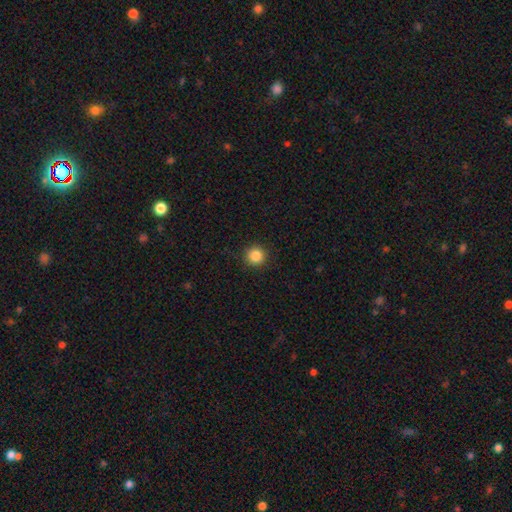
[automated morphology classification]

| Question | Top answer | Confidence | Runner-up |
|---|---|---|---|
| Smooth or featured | smooth | 86% | star or artifact (10%) |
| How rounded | round | 95% | in between (4%) |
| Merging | none | 92% | minor disturbance (5%) |